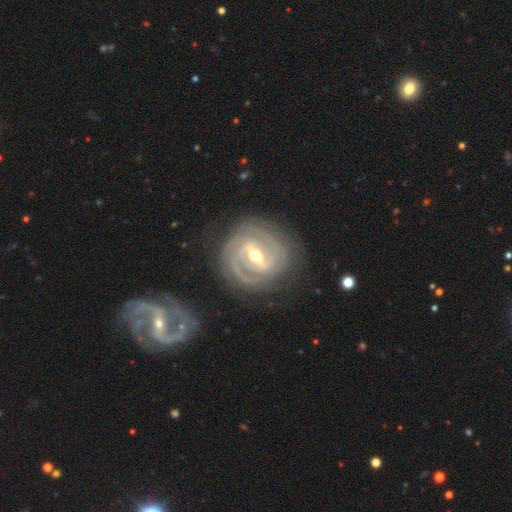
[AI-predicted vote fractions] The model was most divided on "spiral arm count": 2: 42%, 3: 22%, can't tell: 19%, 4: 8%, 1: 5%, more than 4: 4%. More confident: spiral arms — yes (96%); edge-on disk — no (95%); smooth or featured — featured or disk (90%); merging — none (79%); spiral winding — tight (79%); bulge size — moderate (69%); bar — strong (65%).